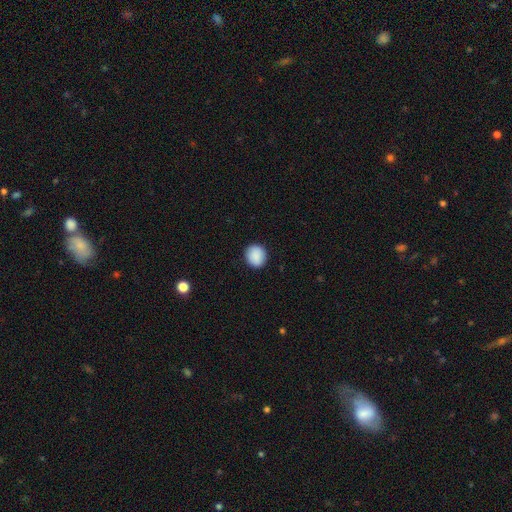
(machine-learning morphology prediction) smooth-or-featured: smooth: 90% | star or artifact: 7% | featured or disk: 3%
  how-rounded: round: 85% | in between: 14% | cigar-shaped: 1%
  merging: none: 91% | minor disturbance: 7% | major disturbance: 2% | merger: 1%